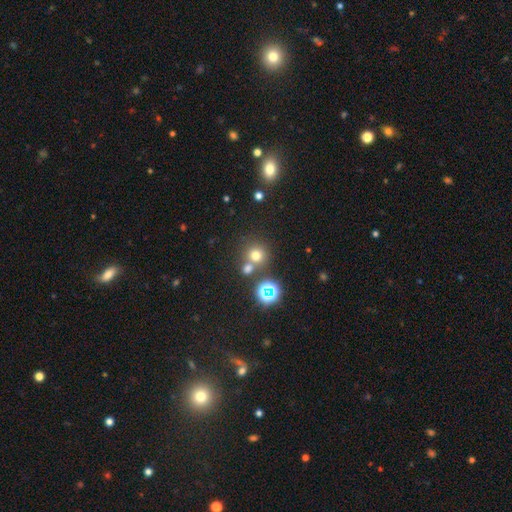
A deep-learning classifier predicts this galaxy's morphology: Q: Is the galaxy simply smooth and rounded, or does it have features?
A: smooth — 68%.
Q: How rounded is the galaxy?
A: round — 90%.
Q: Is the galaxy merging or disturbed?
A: none — 64%.